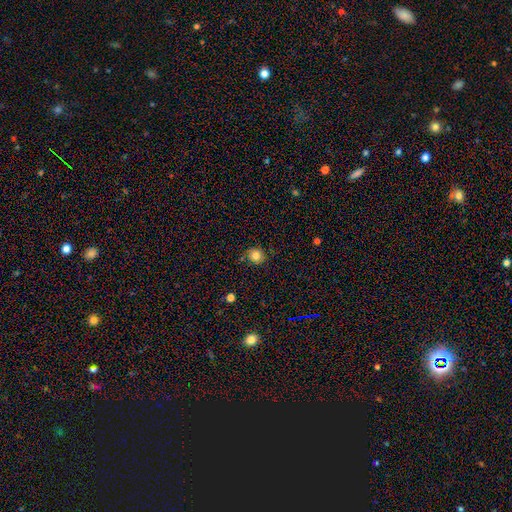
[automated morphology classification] The model was most divided on "merging": none: 82%, minor disturbance: 13%, major disturbance: 3%, merger: 3%. More confident: how rounded — round (85%); smooth or featured — smooth (82%).